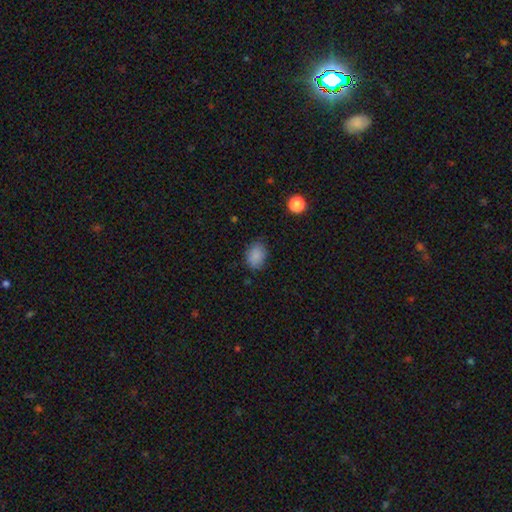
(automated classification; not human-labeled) This appears to be a smooth galaxy with no disk features (85%) that is in between round and cigar-shaped (67%). Merging: none (79%).